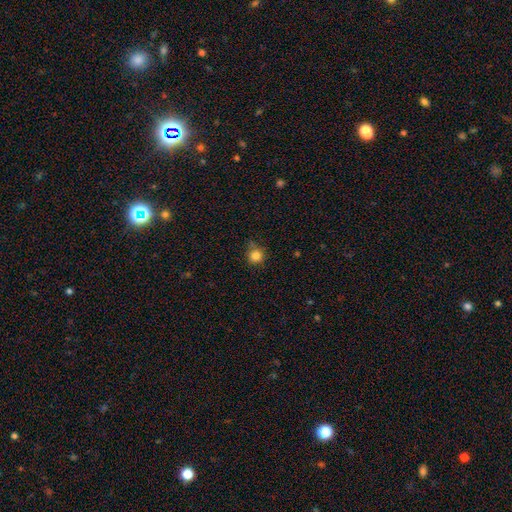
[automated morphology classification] A smooth galaxy with no disk features (83%) that is round (92%).

Vote fractions:
- Smooth or featured? smooth: 83% / star or artifact: 12% / featured or disk: 5%
- How rounded? round: 92% / in between: 7% / cigar-shaped: 1%
- Merging? none: 75% / minor disturbance: 18% / major disturbance: 4% / merger: 3%